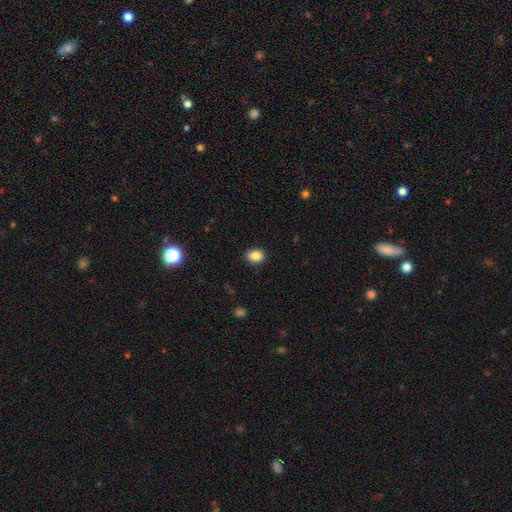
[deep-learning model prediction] The model was most divided on "how rounded": in between: 61%, round: 38%, cigar-shaped: 1%. More confident: smooth or featured — smooth (86%); merging — none (82%).